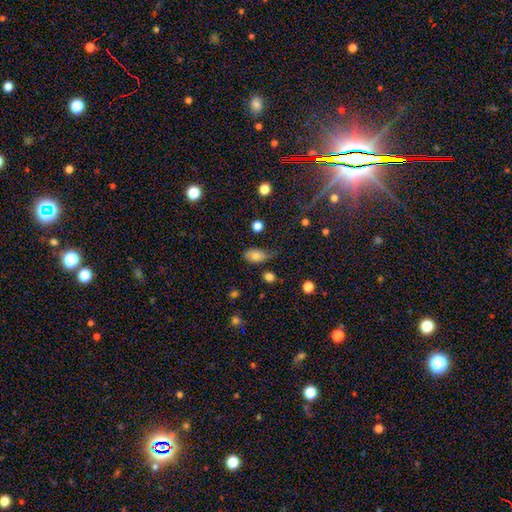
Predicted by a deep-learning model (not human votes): smooth-or-featured: smooth: 76% | featured or disk: 14% | star or artifact: 10%
  how-rounded: in between: 88% | round: 9% | cigar-shaped: 3%
  merging: none: 53% | minor disturbance: 34% | major disturbance: 9% | merger: 3%